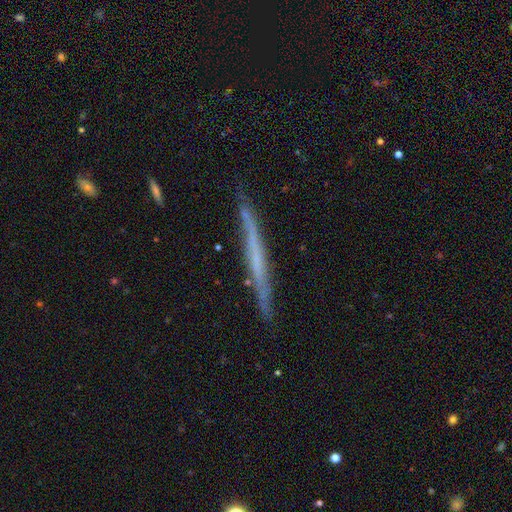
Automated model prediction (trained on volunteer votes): Smooth or featured: featured or disk — 60% (smooth — 32%)
Edge-on disk: yes — 96% (no — 4%)
Edge-on bulge: none — 83% (rounded — 10%)
Merging: none — 85% (minor disturbance — 11%)